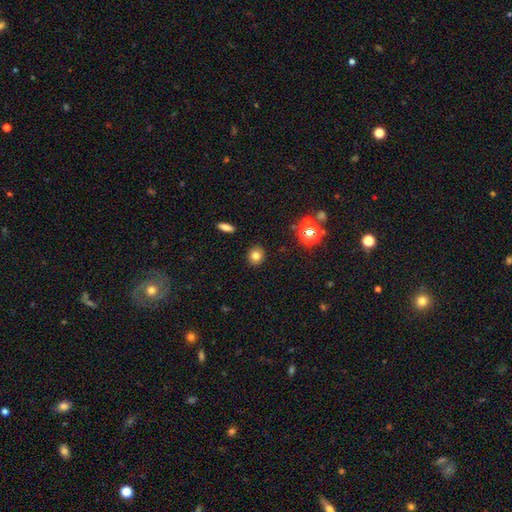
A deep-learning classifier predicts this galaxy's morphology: smooth 78%, star or artifact 14%, featured or disk 8%. Down the decision tree: how rounded — round (82%); merging — none (90%).